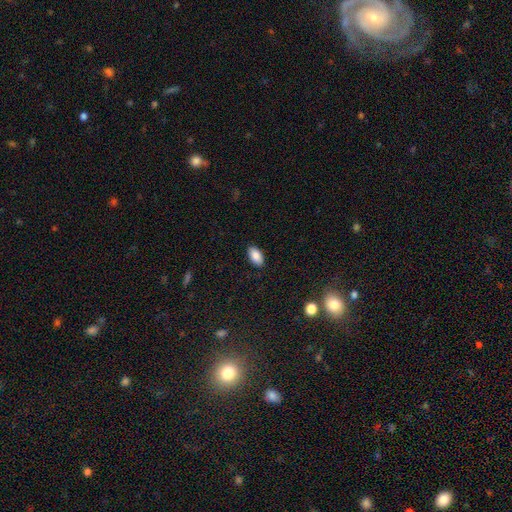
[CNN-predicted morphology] type=smooth (87%); roundness=in between (94%); merging=none (89%).